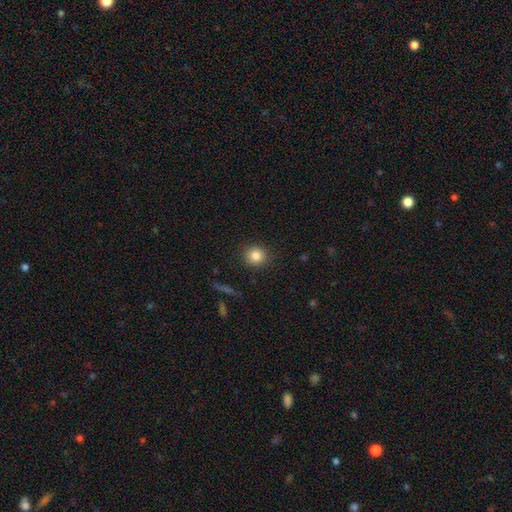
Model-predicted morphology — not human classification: This appears to be a smooth galaxy with no disk features (84%) that is round (89%). Merging: none (89%).